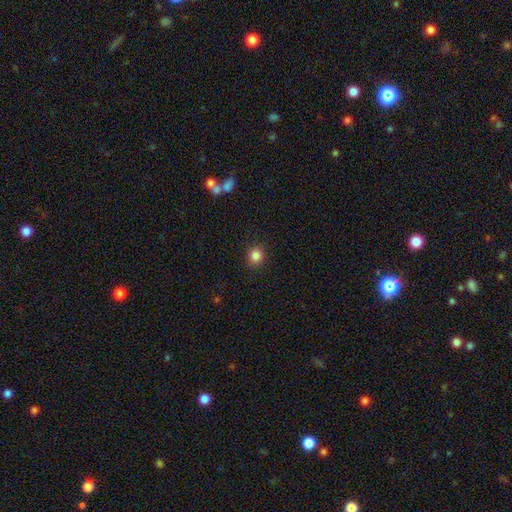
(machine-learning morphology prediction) This appears to be a smooth galaxy with no disk features (85%) that is round (89%). Merging: none (90%).